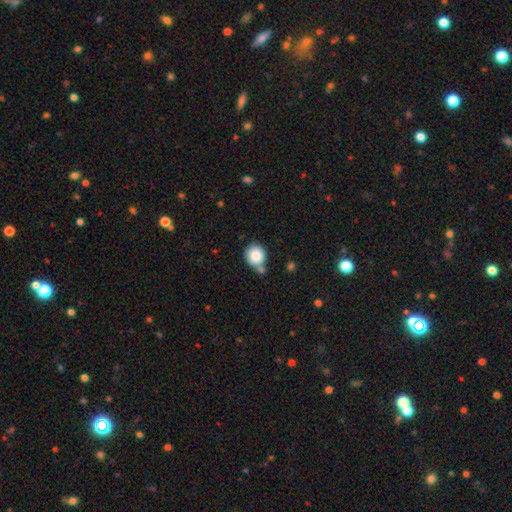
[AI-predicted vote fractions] Smooth or featured? Predicted: smooth (p=0.83). How rounded? Predicted: round (p=0.82). Merging? Predicted: none (p=0.56).